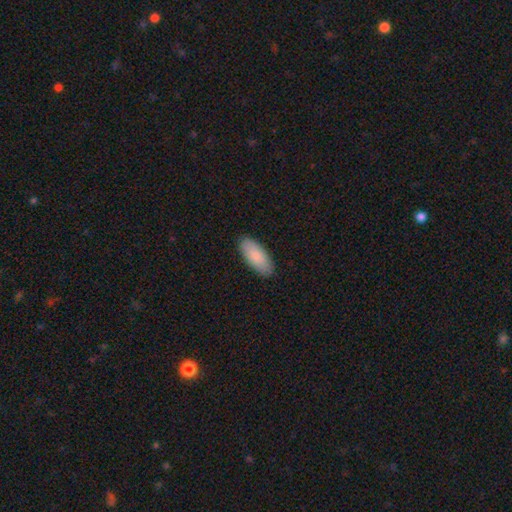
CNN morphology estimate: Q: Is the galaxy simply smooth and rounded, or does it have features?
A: smooth — 88%.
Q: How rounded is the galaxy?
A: in between — 86%.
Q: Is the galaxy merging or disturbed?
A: none — 89%.